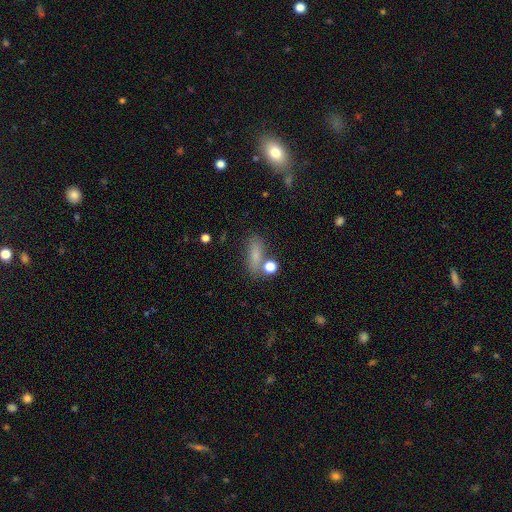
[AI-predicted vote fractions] A smooth galaxy with no disk features (75%) that is in between round and cigar-shaped (61%).

Vote fractions:
- Smooth or featured? smooth: 75% / star or artifact: 14% / featured or disk: 11%
- How rounded? in between: 61% / cigar-shaped: 30% / round: 9%
- Merging? none: 66% / minor disturbance: 16% / merger: 11% / major disturbance: 7%